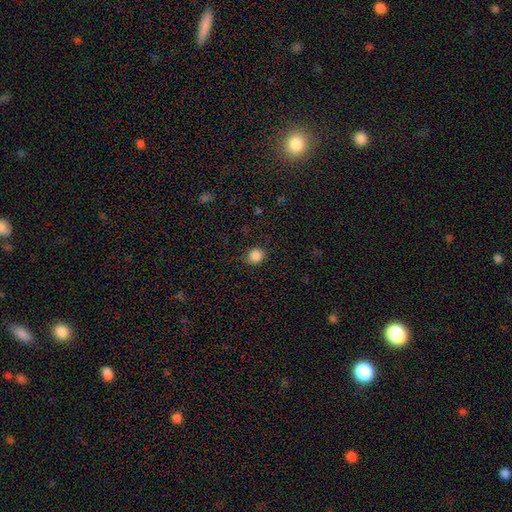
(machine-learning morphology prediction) Smooth or featured? Predicted: smooth (p=0.86). How rounded? Predicted: round (p=0.88). Merging? Predicted: none (p=0.82).